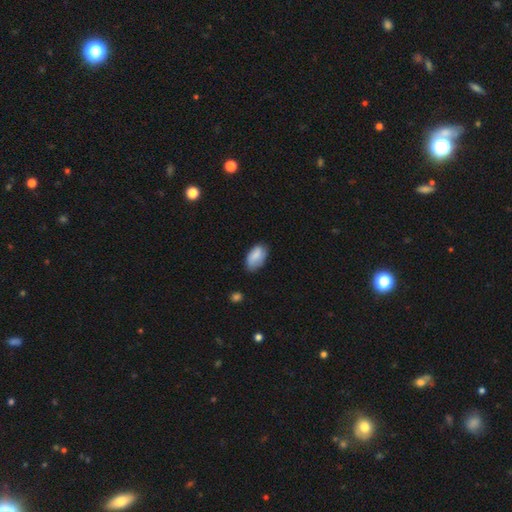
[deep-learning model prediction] Q: Smooth or featured?
A: smooth (83%); runner-up: featured or disk (10%)
Q: How rounded?
A: in between (94%); runner-up: round (4%)
Q: Merging?
A: none (66%); runner-up: minor disturbance (28%)